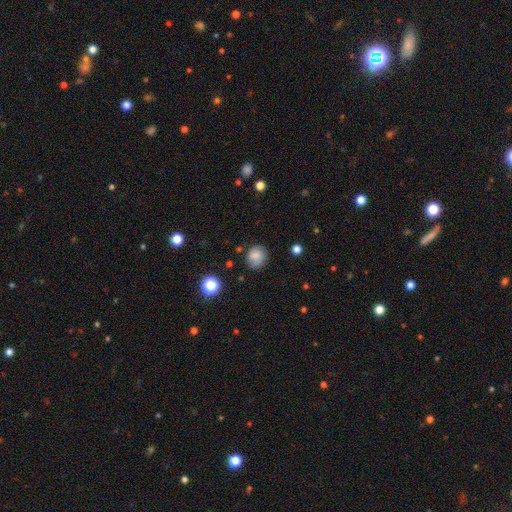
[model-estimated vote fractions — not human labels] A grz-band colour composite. It shows a smooth galaxy with no disk features (71%) that is round (66%). Merging: none (68%).